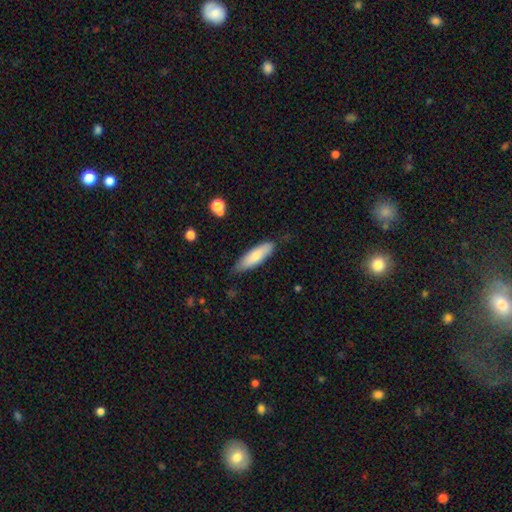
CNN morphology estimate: smooth 77%, featured or disk 18%, star or artifact 6%. Down the decision tree: how rounded — cigar-shaped (51%); merging — none (78%).